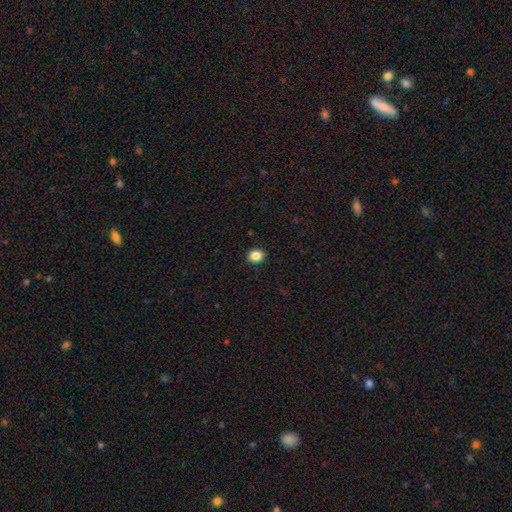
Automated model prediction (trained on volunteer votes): This is clearly a smooth galaxy (86%). How rounded: possibly round (54%). Merging: clearly none (91%).